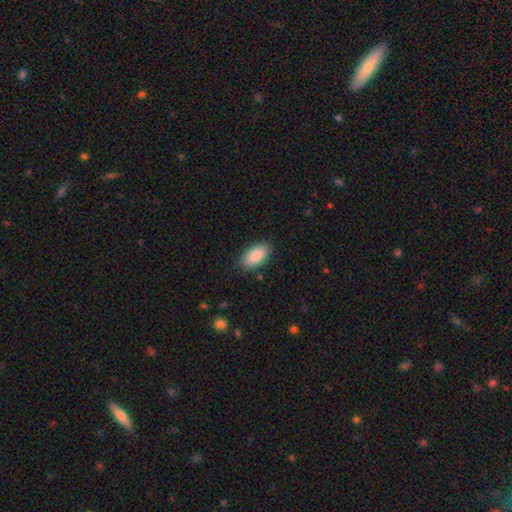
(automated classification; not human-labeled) A smooth galaxy with no disk features (88%) that is in between round and cigar-shaped (94%). Merging: none (86%).